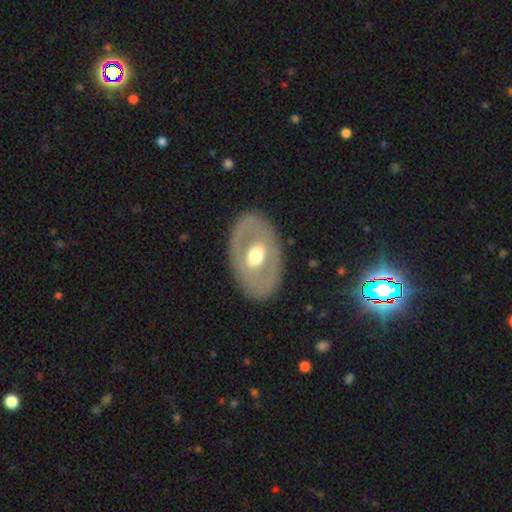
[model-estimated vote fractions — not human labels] featured or disk 59%, smooth 36%, star or artifact 5%. Down the decision tree: edge-on disk — no (90%); bar — no (64%); spiral arms — no (85%); bulge size — moderate (68%); merging — none (84%).